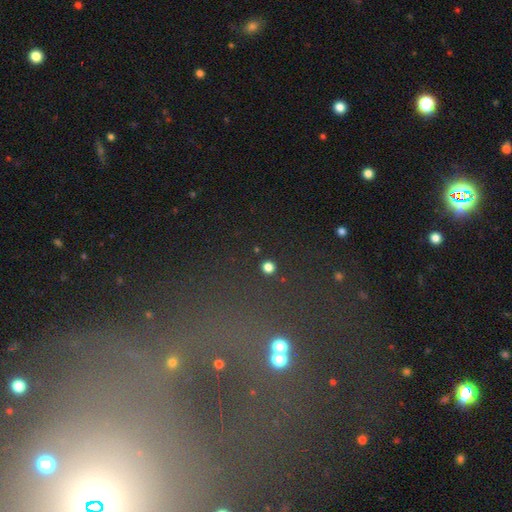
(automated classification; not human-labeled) A star or artifact, not a galaxy (53%).